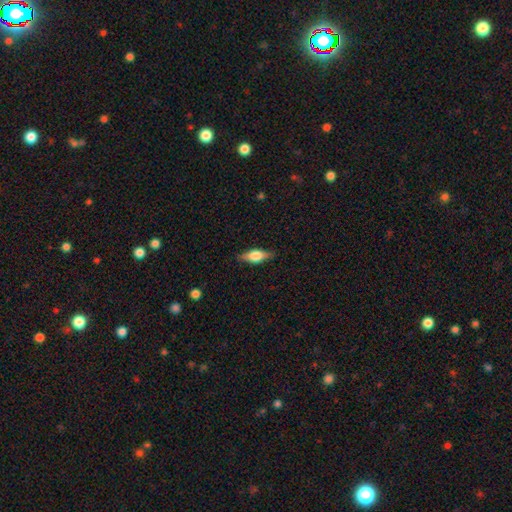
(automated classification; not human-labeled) The model was most divided on "smooth or featured": smooth: 54%, featured or disk: 39%, star or artifact: 7%. More confident: merging — none (84%); how rounded — in between (68%).